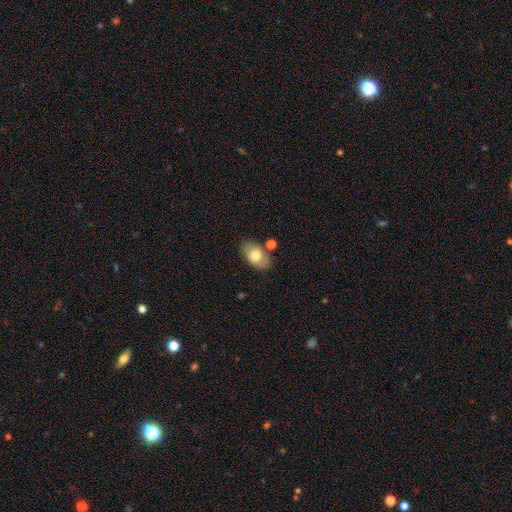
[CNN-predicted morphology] Smooth or featured: smooth — 74% (featured or disk — 19%)
How rounded: in between — 90% (round — 8%)
Merging: none — 72% (minor disturbance — 15%)